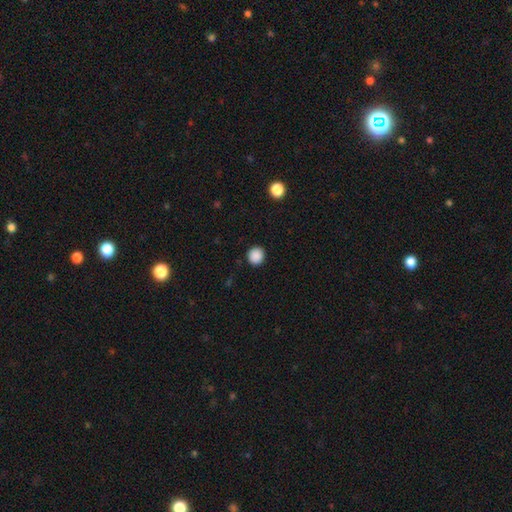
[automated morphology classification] The model was most divided on "smooth or featured": smooth: 88%, star or artifact: 9%, featured or disk: 2%. More confident: merging — none (91%); how rounded — round (90%).